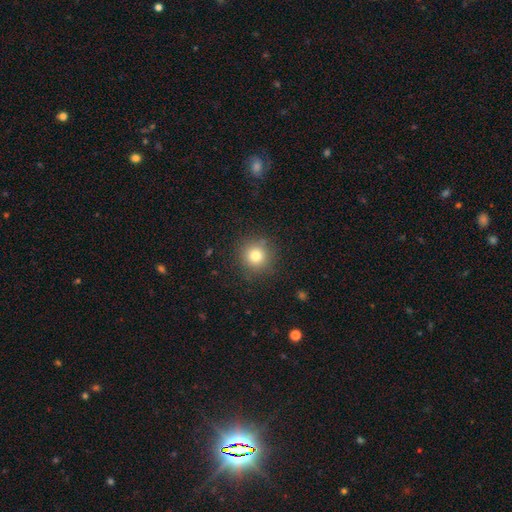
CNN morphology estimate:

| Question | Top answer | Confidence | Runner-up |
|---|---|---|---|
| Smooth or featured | smooth | 78% | star or artifact (14%) |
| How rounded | round | 94% | in between (5%) |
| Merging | none | 86% | minor disturbance (9%) |